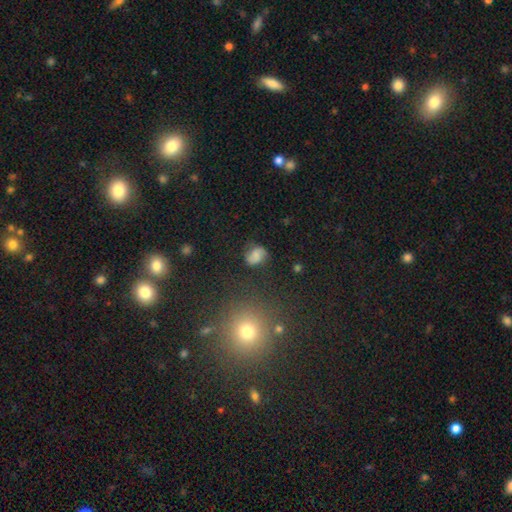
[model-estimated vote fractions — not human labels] Q: Smooth or featured?
A: smooth (56%); runner-up: featured or disk (31%)
Q: How rounded?
A: in between (57%); runner-up: round (41%)
Q: Merging?
A: none (61%); runner-up: minor disturbance (25%)